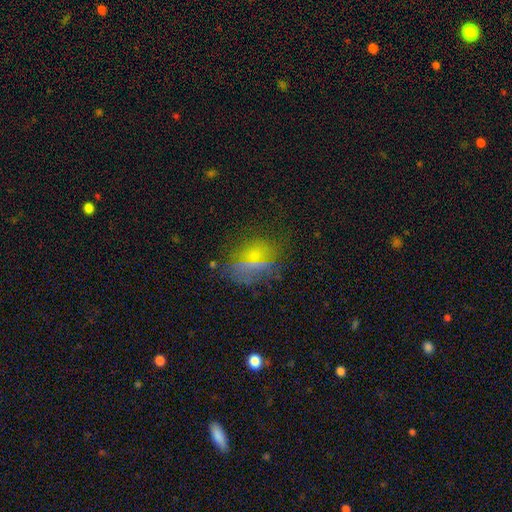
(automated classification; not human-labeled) Q: Smooth or featured?
A: smooth (47%); runner-up: star or artifact (28%)
Q: Merging?
A: none (69%); runner-up: minor disturbance (17%)